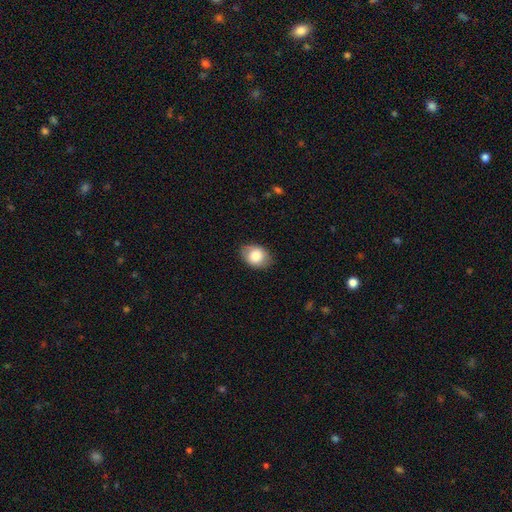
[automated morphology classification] smooth-or-featured: smooth: 80% | featured or disk: 12% | star or artifact: 7%
  how-rounded: in between: 72% | round: 27% | cigar-shaped: 1%
  merging: none: 81% | minor disturbance: 15% | major disturbance: 3% | merger: 1%